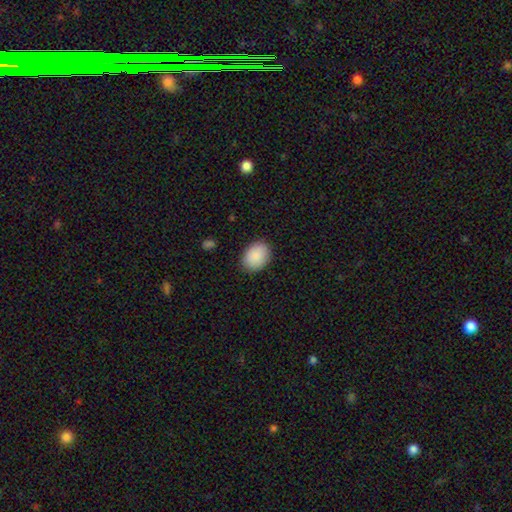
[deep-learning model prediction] smooth 89%, star or artifact 7%, featured or disk 4%. Down the decision tree: how rounded — in between (71%); merging — none (87%).